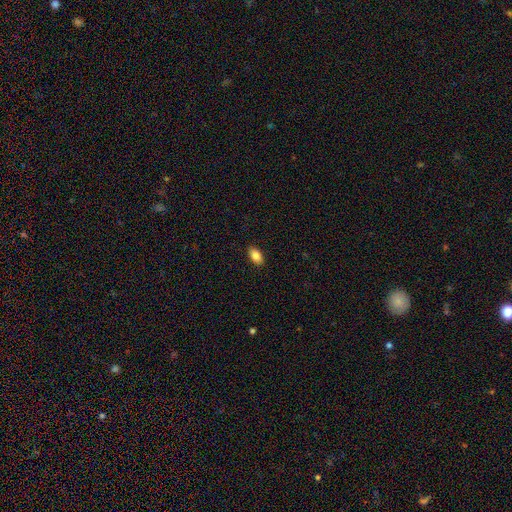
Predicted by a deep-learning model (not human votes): Smooth or featured: smooth — 85% (star or artifact — 8%)
How rounded: in between — 92% (round — 5%)
Merging: none — 90% (minor disturbance — 8%)